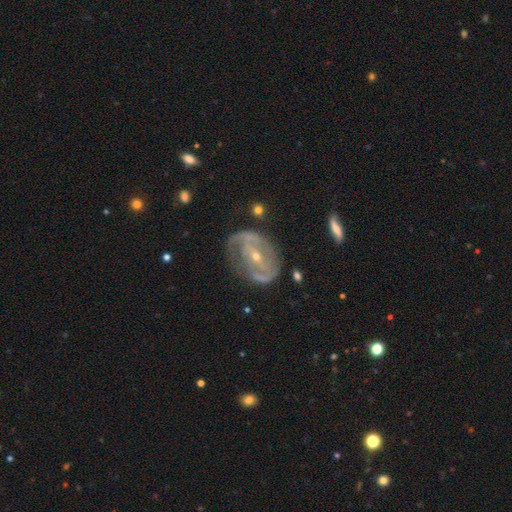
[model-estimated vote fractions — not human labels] Morphology: type=featured or disk (85%); edge-on=no (95%); bar=strong (40%); spiral arms=yes (83%); winding=tight (43%); arm count=2 (59%); bulge=small (67%); merging=none (56%).